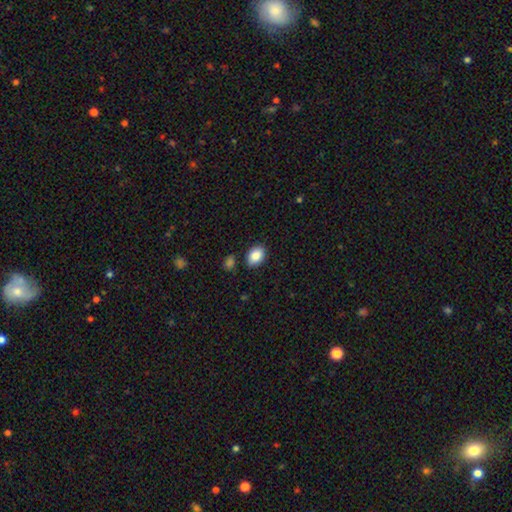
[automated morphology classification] Q: Smooth or featured?
A: smooth (88%); runner-up: star or artifact (8%)
Q: How rounded?
A: in between (79%); runner-up: round (20%)
Q: Merging?
A: none (83%); runner-up: minor disturbance (11%)